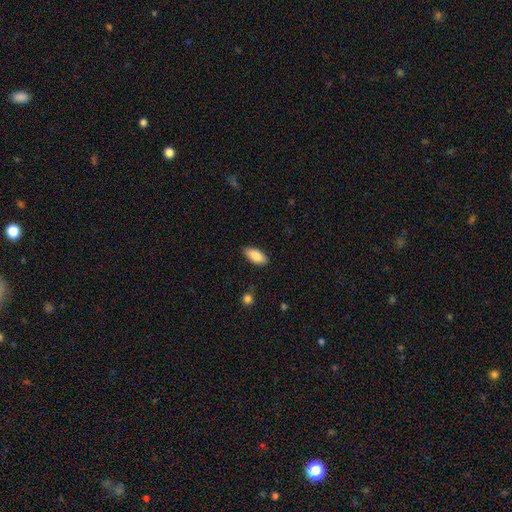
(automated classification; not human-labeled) Smooth or featured? Predicted: smooth (p=0.87). How rounded? Predicted: in between (p=0.89). Merging? Predicted: none (p=0.86).